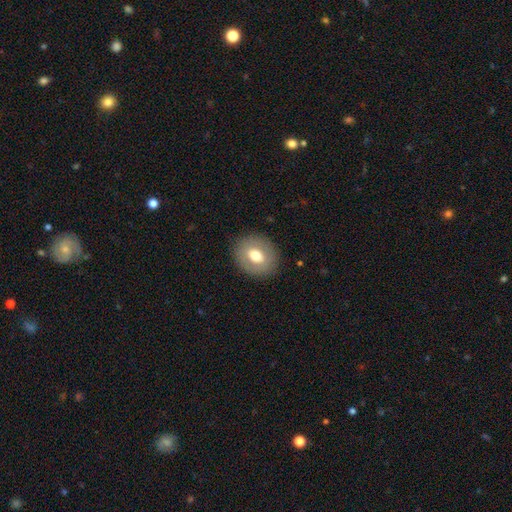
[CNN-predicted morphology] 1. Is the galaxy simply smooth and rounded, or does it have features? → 66% smooth, 26% featured or disk, 8% star or artifact.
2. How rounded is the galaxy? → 60% round, 39% in between, 1% cigar-shaped.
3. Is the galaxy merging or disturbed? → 87% none, 9% minor disturbance, 3% major disturbance, 1% merger.